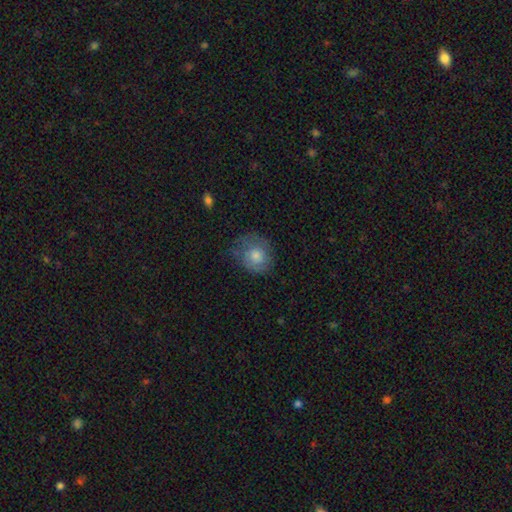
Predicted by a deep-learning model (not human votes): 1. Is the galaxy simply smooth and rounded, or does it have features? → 66% smooth, 25% featured or disk, 8% star or artifact.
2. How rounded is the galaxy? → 74% round, 25% in between, 1% cigar-shaped.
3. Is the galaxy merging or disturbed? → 60% none, 27% minor disturbance, 11% major disturbance, 1% merger.